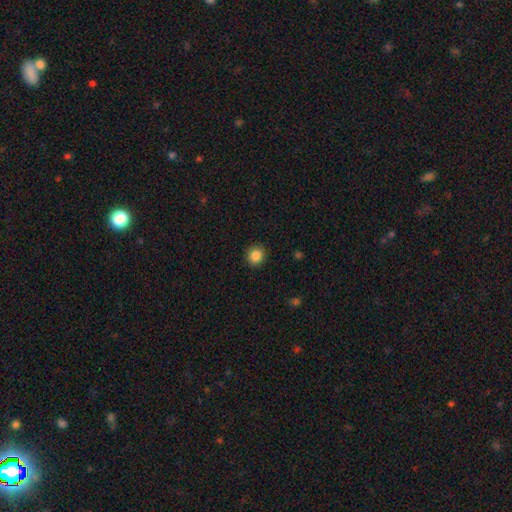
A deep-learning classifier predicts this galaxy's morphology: Q: Smooth or featured?
A: smooth (85%); runner-up: star or artifact (10%)
Q: How rounded?
A: round (84%); runner-up: in between (15%)
Q: Merging?
A: none (91%); runner-up: minor disturbance (6%)